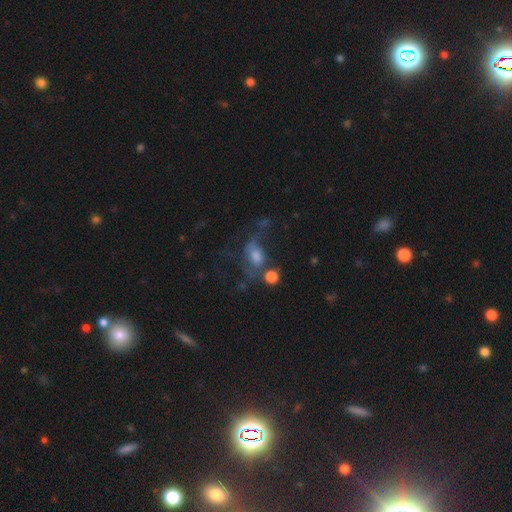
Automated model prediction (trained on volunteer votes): This is marginally a featured or disk galaxy (42%). Merging: marginally major disturbance (33%, tied with none).